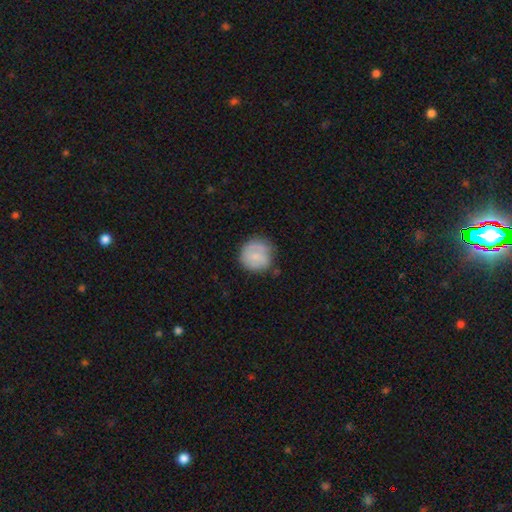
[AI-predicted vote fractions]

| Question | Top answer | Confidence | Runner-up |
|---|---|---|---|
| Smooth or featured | smooth | 58% | featured or disk (35%) |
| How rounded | round | 89% | in between (10%) |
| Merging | none | 65% | minor disturbance (23%) |